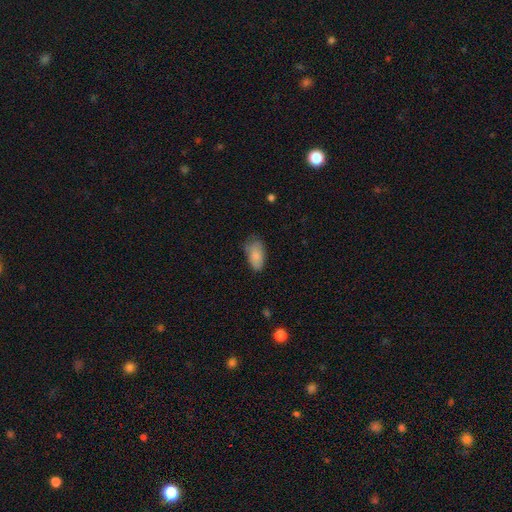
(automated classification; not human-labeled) Q: Smooth or featured?
A: smooth (83%); runner-up: featured or disk (10%)
Q: How rounded?
A: in between (93%); runner-up: round (4%)
Q: Merging?
A: none (52%); runner-up: minor disturbance (35%)